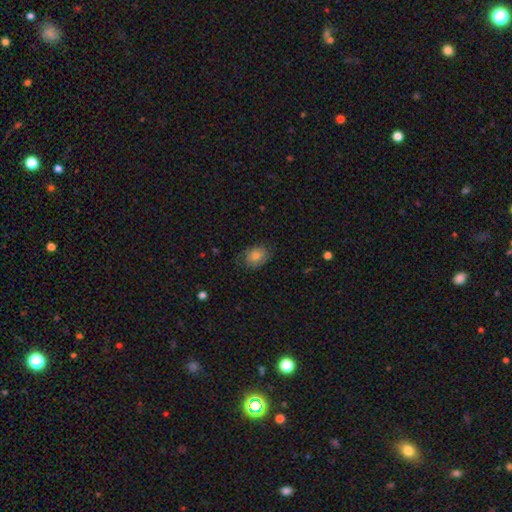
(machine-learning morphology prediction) A smooth galaxy with no disk features (66%) that is in between round and cigar-shaped (60%).

Vote fractions:
- Smooth or featured? smooth: 66% / featured or disk: 24% / star or artifact: 10%
- How rounded? in between: 60% / round: 39% / cigar-shaped: 1%
- Merging? none: 71% / minor disturbance: 21% / major disturbance: 7% / merger: 1%